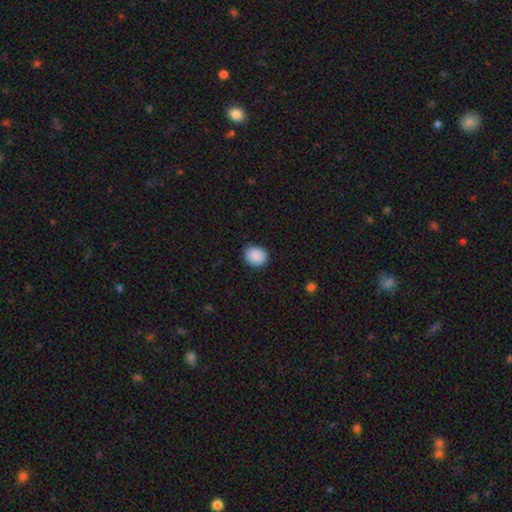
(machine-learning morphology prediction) Q: Smooth or featured?
A: smooth (89%); runner-up: star or artifact (8%)
Q: How rounded?
A: round (72%); runner-up: in between (27%)
Q: Merging?
A: none (85%); runner-up: minor disturbance (11%)